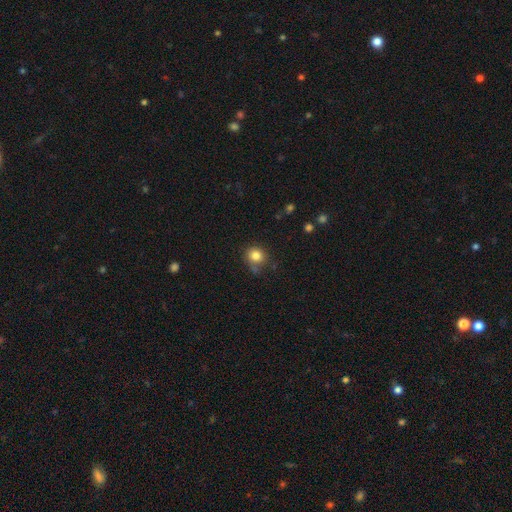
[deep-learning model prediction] Smooth or featured: smooth — 83% (star or artifact — 11%)
How rounded: round — 85% (in between — 14%)
Merging: none — 71% (minor disturbance — 17%)